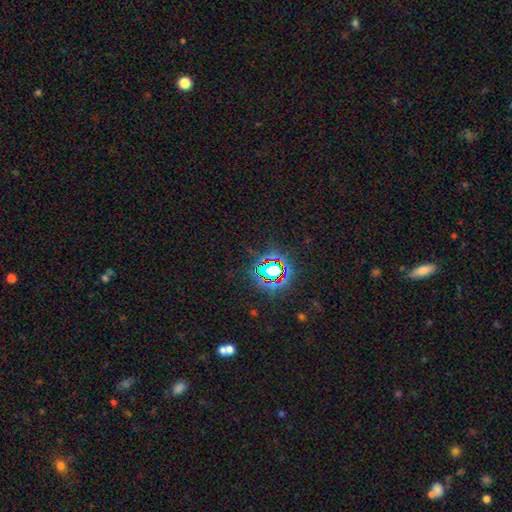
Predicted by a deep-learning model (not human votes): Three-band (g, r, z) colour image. It shows a star or artifact, not a galaxy (79%).